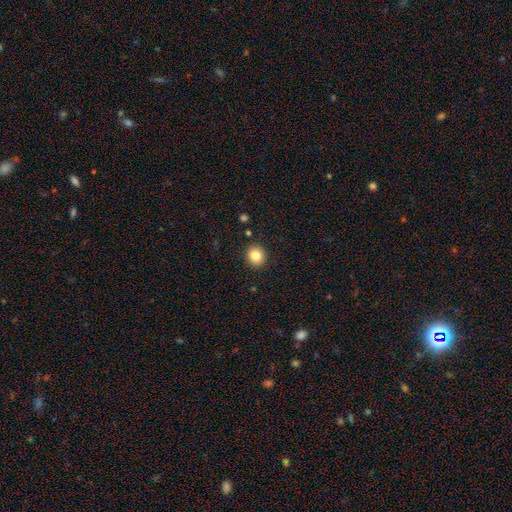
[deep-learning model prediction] smooth 82%, star or artifact 11%, featured or disk 7%. Down the decision tree: how rounded — round (84%); merging — none (92%).